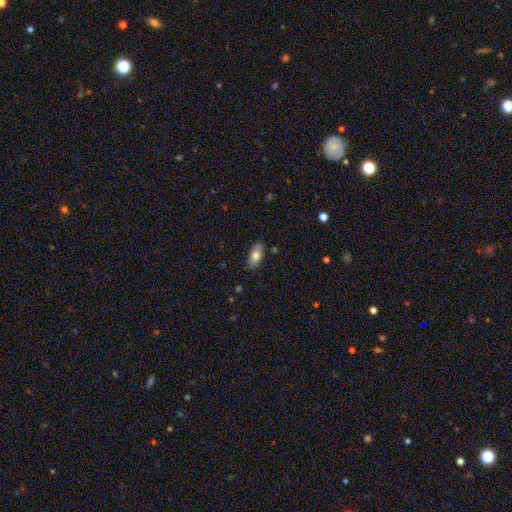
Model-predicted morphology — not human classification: A smooth galaxy with no disk features (77%) that is in between round and cigar-shaped (89%). Merging: none (85%).